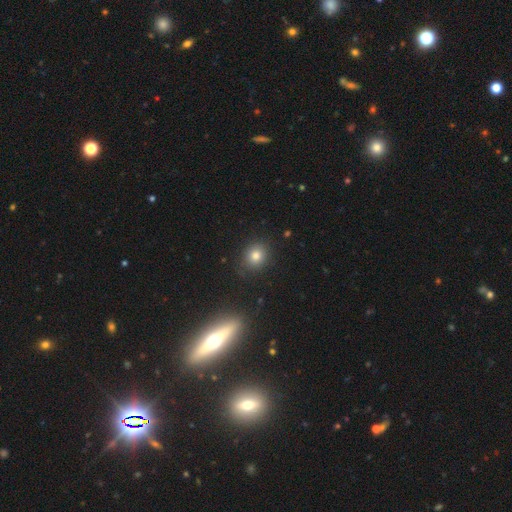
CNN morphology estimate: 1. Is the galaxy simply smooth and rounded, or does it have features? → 79% smooth, 14% star or artifact, 8% featured or disk.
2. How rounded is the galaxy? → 76% round, 23% in between, 1% cigar-shaped.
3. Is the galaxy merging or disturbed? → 86% none, 10% minor disturbance, 3% major disturbance, 2% merger.